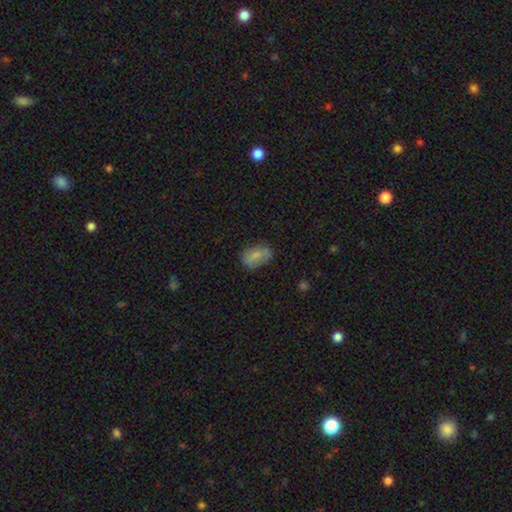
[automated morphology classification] A smooth galaxy with no disk features (72%) that is in between round and cigar-shaped (86%).

Vote fractions:
- Smooth or featured? smooth: 72% / featured or disk: 19% / star or artifact: 9%
- How rounded? in between: 86% / round: 10% / cigar-shaped: 3%
- Merging? none: 66% / minor disturbance: 24% / major disturbance: 6% / merger: 3%